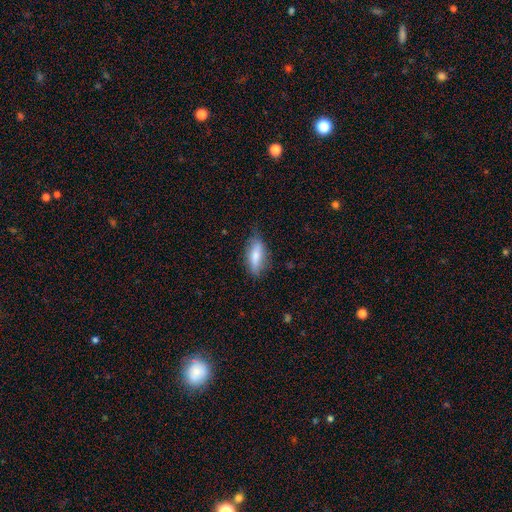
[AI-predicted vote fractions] smooth_or_featured: smooth (p=0.70) [alt: featured or disk p=0.24]
how_rounded: in between (p=0.64) [alt: cigar-shaped p=0.33]
merging: none (p=0.73) [alt: minor disturbance p=0.21]